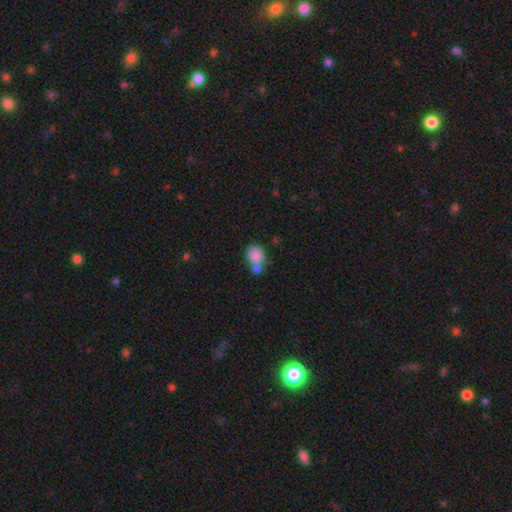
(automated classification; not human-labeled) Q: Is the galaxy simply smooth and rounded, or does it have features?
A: smooth — 84%.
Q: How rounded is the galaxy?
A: round — 58%.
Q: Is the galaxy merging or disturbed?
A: none — 42%.